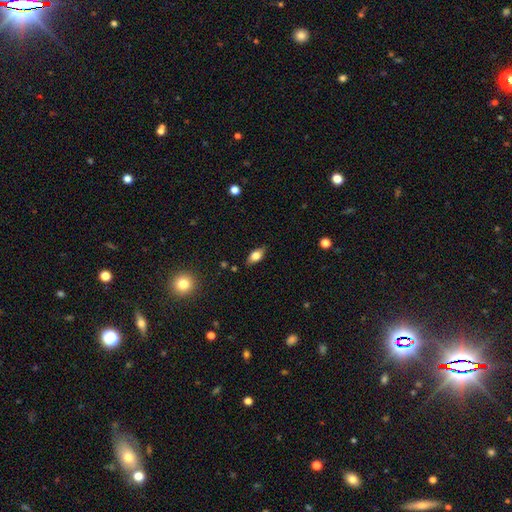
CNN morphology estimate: Smooth or featured: smooth — 68% (featured or disk — 24%)
How rounded: in between — 84% (cigar-shaped — 10%)
Merging: none — 84% (minor disturbance — 12%)